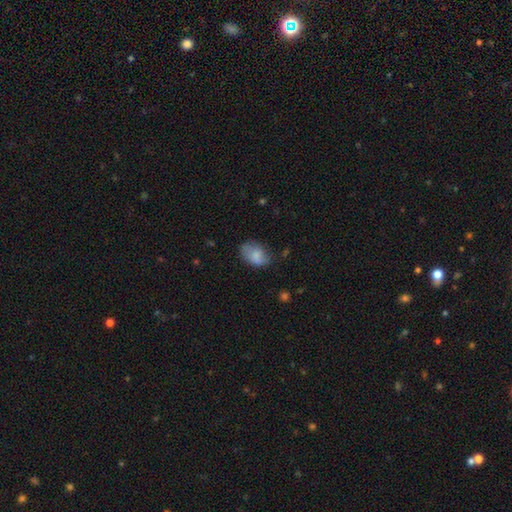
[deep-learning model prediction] Q: Smooth or featured?
A: smooth (76%); runner-up: featured or disk (16%)
Q: How rounded?
A: in between (85%); runner-up: round (14%)
Q: Merging?
A: none (57%); runner-up: minor disturbance (30%)